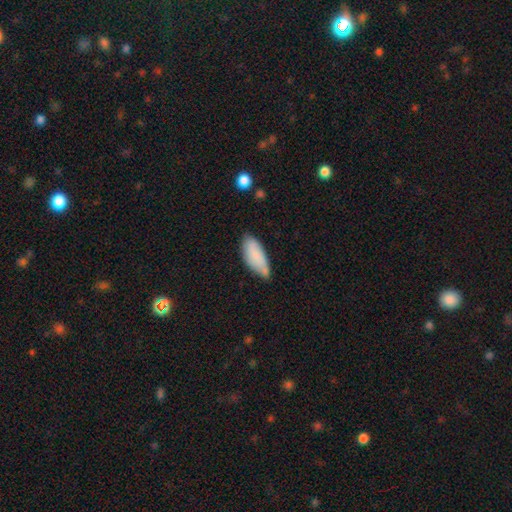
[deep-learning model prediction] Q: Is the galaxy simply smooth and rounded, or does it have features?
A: smooth — 81%.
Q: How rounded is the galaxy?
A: in between — 81%.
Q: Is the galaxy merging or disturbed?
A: none — 52%.